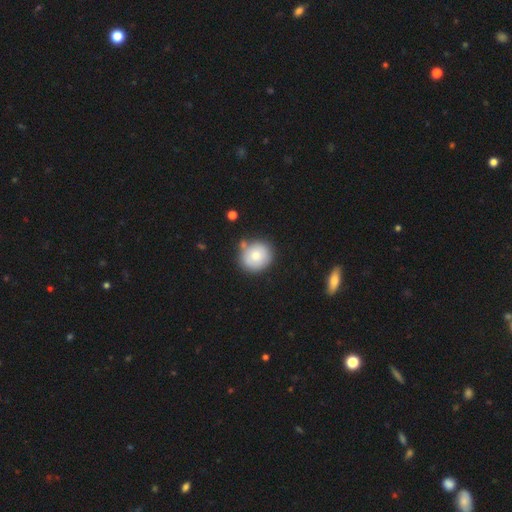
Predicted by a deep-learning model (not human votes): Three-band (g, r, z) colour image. It shows a smooth galaxy with no disk features (77%) that is round (88%). Merging: none (71%).